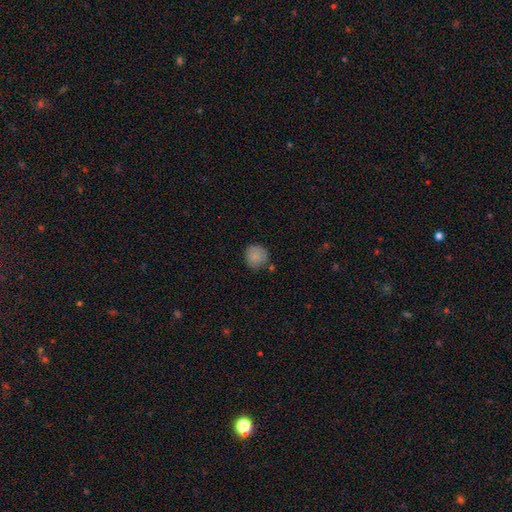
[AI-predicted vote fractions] Q: Smooth or featured?
A: smooth (85%); runner-up: star or artifact (8%)
Q: How rounded?
A: round (90%); runner-up: in between (9%)
Q: Merging?
A: none (73%); runner-up: minor disturbance (17%)